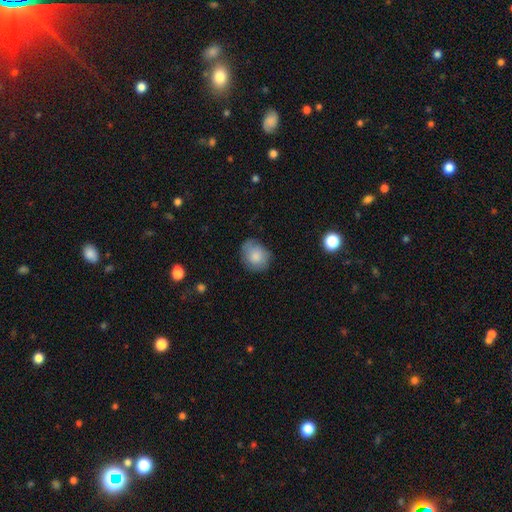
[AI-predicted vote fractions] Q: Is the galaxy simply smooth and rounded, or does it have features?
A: smooth — 77%.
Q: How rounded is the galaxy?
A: round — 54%.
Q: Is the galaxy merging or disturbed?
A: none — 65%.